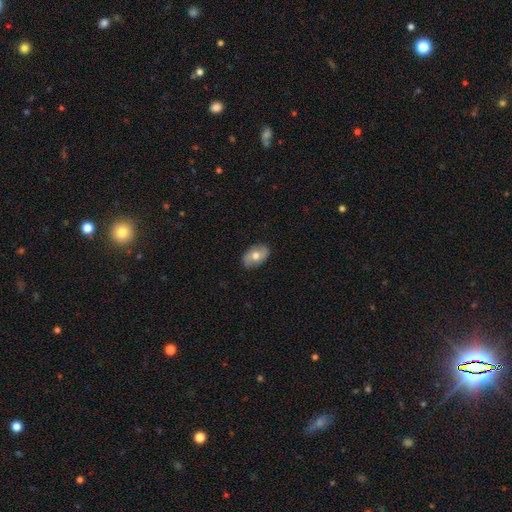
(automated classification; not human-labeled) Smooth or featured? Predicted: smooth (p=0.56). How rounded? Predicted: in between (p=0.89). Merging? Predicted: none (p=0.86).